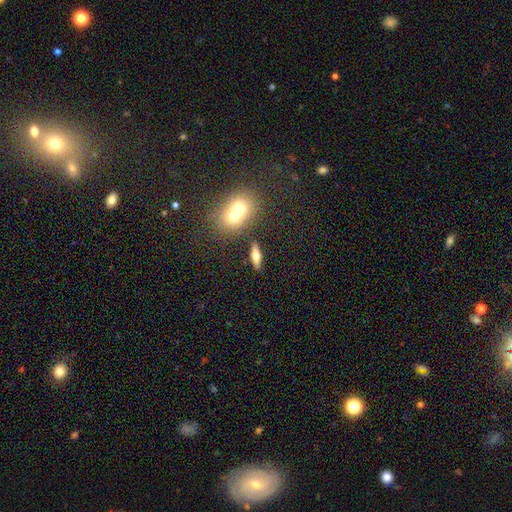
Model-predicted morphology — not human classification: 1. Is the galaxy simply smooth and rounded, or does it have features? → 46% smooth, 45% featured or disk, 9% star or artifact.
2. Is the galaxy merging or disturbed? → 78% none, 11% merger, 8% minor disturbance, 3% major disturbance.